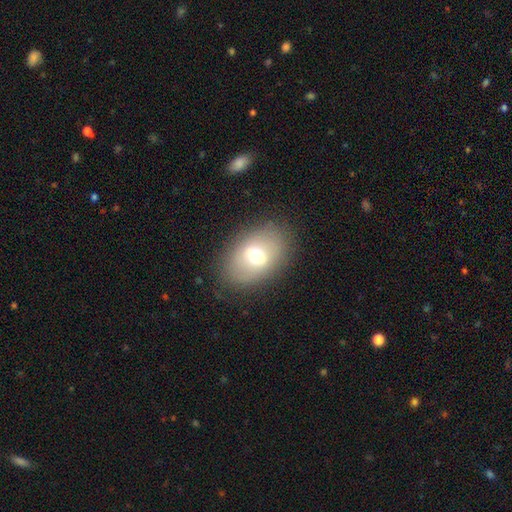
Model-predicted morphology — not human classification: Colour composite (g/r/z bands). It shows a smooth galaxy with no disk features (59%) that is in between round and cigar-shaped (78%). Merging: none (82%).